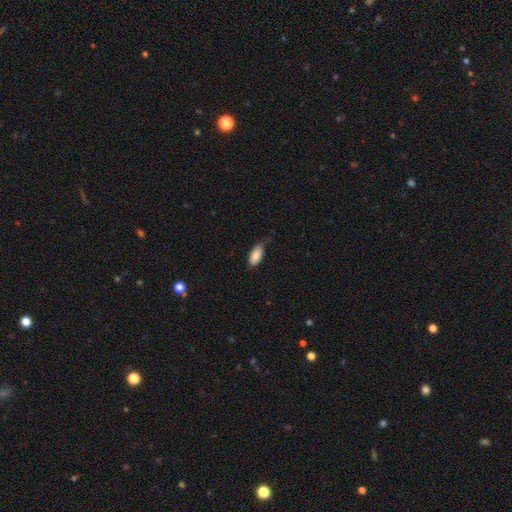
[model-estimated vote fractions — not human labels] Smooth or featured? smooth (86%)
How rounded? in between (91%)
Merging? none (52%)